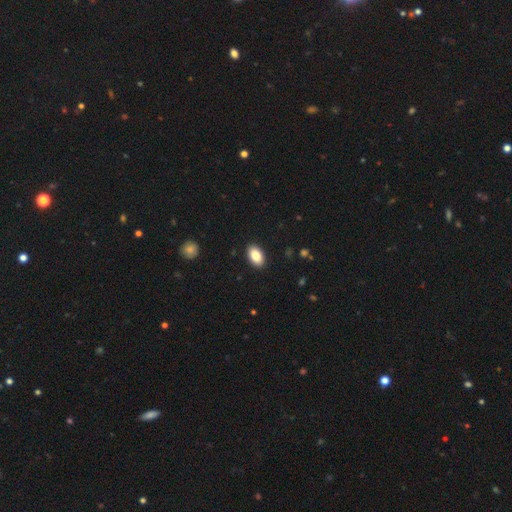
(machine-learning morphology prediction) This appears to be a smooth galaxy with no disk features (88%) that is in between round and cigar-shaped (93%). Merging: none (90%).